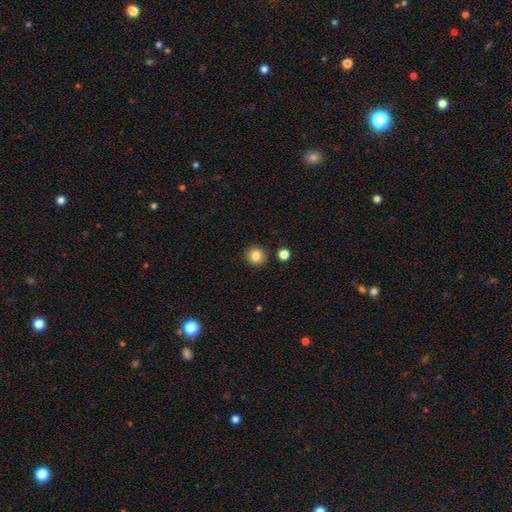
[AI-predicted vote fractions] The model was most divided on "smooth or featured": smooth: 84%, star or artifact: 10%, featured or disk: 5%. More confident: merging — none (89%); how rounded — round (89%).